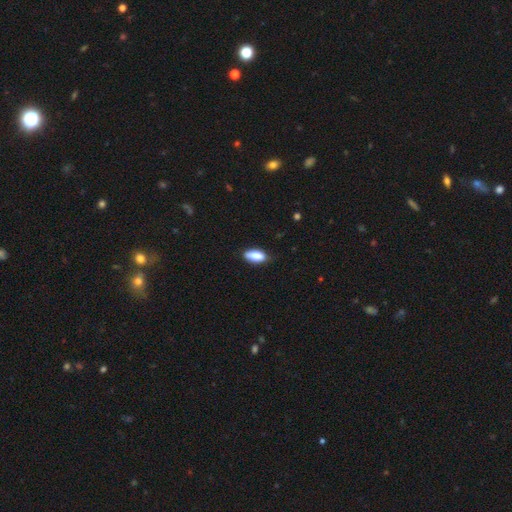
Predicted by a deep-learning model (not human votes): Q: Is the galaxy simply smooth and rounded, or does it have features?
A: smooth — 85%.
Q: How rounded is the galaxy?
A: in between — 87%.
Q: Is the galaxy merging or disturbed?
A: none — 77%.